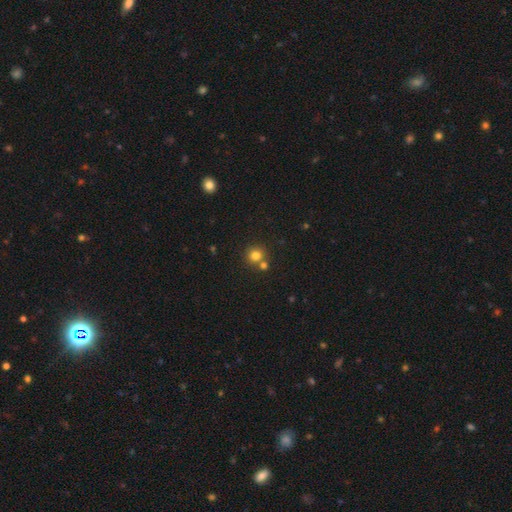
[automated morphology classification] A smooth galaxy with no disk features (78%) that is round (91%).

Vote fractions:
- Smooth or featured? smooth: 78% / star or artifact: 14% / featured or disk: 7%
- How rounded? round: 91% / in between: 8% / cigar-shaped: 1%
- Merging? none: 65% / merger: 25% / minor disturbance: 7% / major disturbance: 2%